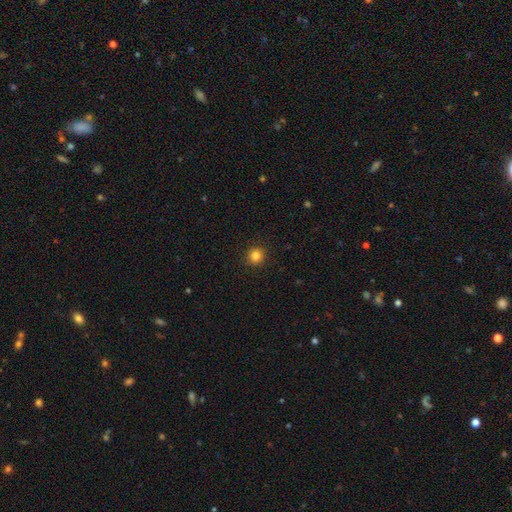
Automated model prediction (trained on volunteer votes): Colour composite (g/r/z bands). It shows a smooth galaxy with no disk features (83%) that is round (93%). Merging: none (92%).